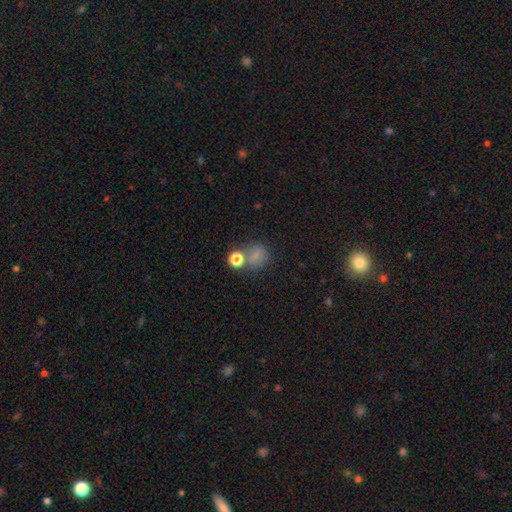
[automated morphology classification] This is likely a smooth galaxy (71%). How rounded: likely round (68%). Merging: possibly none (53%).